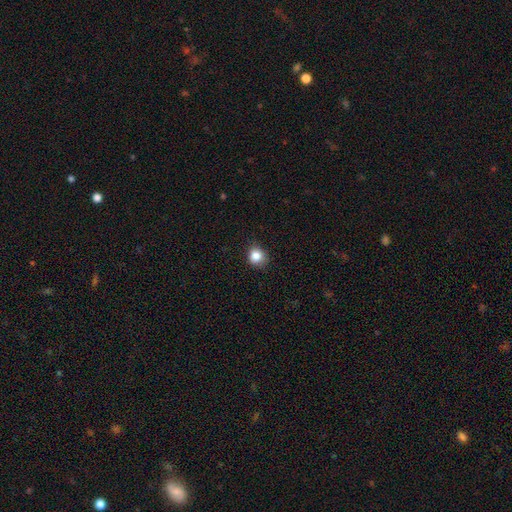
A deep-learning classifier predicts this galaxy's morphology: This appears to be a smooth galaxy with no disk features (85%) that is round (84%). Merging: none (83%).